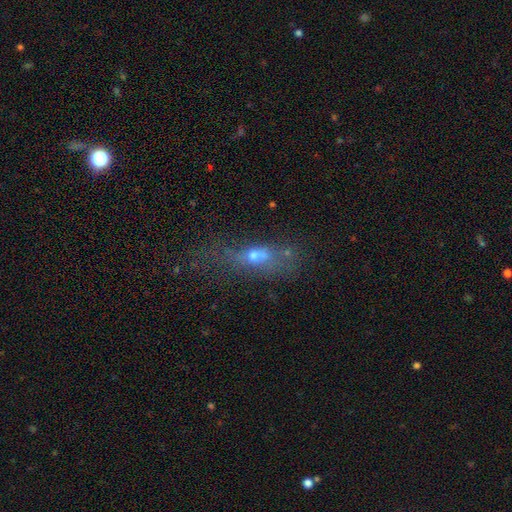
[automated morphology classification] Smooth or featured: smooth — 49% (featured or disk — 33%)
Merging: none — 37% (major disturbance — 29%)